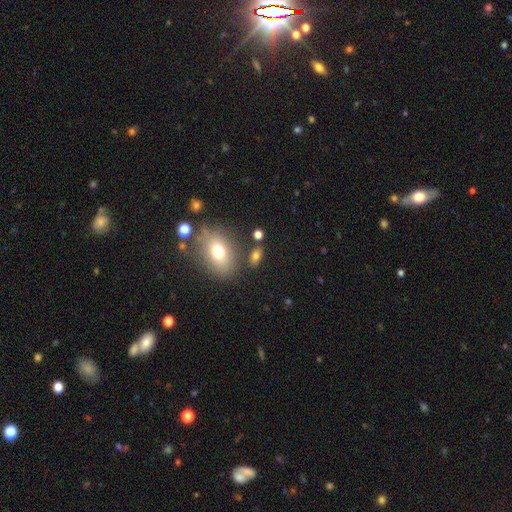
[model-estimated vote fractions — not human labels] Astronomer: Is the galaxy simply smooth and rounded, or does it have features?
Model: smooth — 73%.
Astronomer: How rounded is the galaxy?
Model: in between — 78%.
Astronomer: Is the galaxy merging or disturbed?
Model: none — 74%.